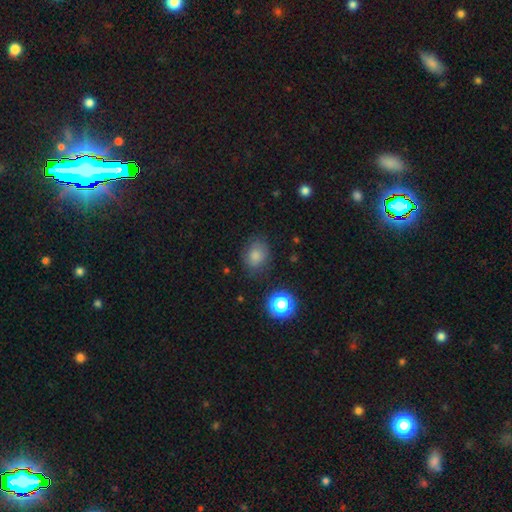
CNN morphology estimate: Overall: smooth (76%). How rounded: in between (50%; round 49%). Merging: none (76%).